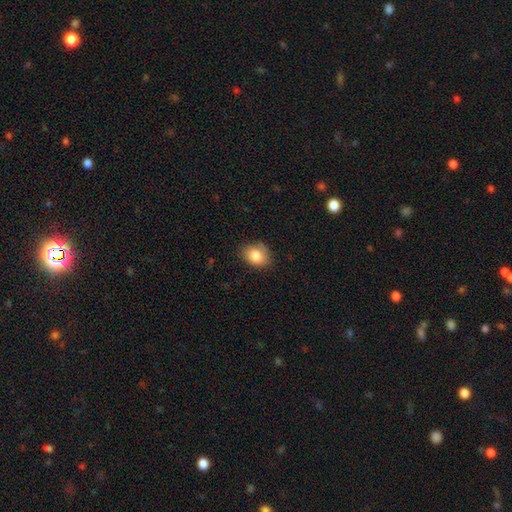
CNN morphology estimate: smooth_or_featured: smooth (p=0.82) [alt: featured or disk p=0.10]
how_rounded: in between (p=0.63) [alt: round p=0.36]
merging: none (p=0.68) [alt: minor disturbance p=0.25]